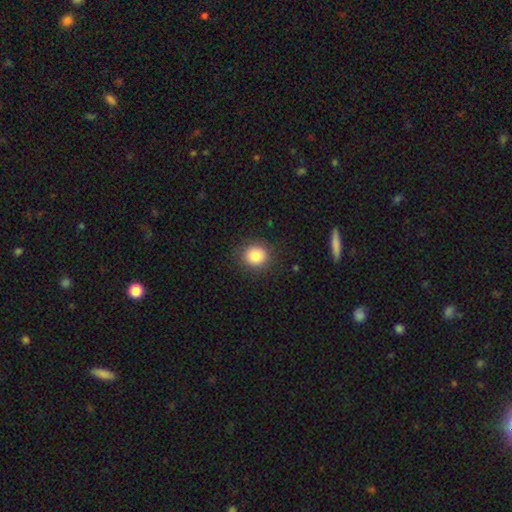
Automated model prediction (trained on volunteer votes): smooth 84%, star or artifact 10%, featured or disk 6%. Down the decision tree: how rounded — round (84%); merging — none (87%).